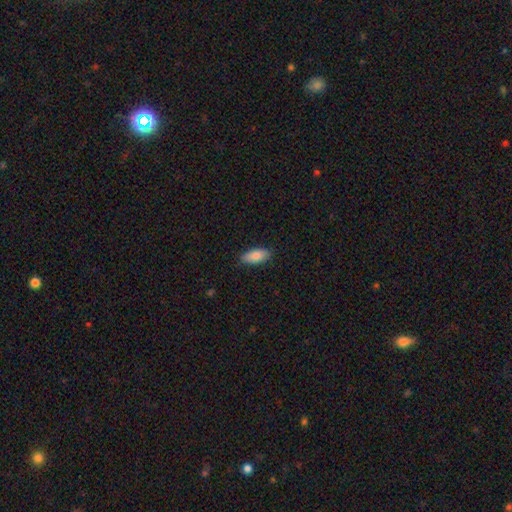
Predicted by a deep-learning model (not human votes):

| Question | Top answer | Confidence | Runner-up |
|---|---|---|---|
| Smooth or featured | smooth | 85% | featured or disk (8%) |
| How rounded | in between | 85% | cigar-shaped (13%) |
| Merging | none | 86% | minor disturbance (11%) |